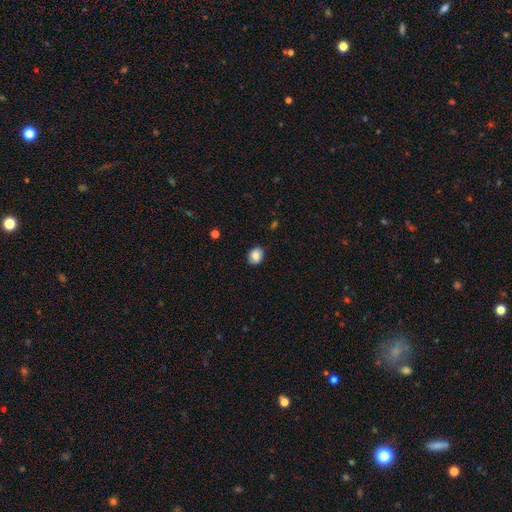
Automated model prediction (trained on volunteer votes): Morphology: type=smooth (80%); roundness=round (54%); merging=none (85%).